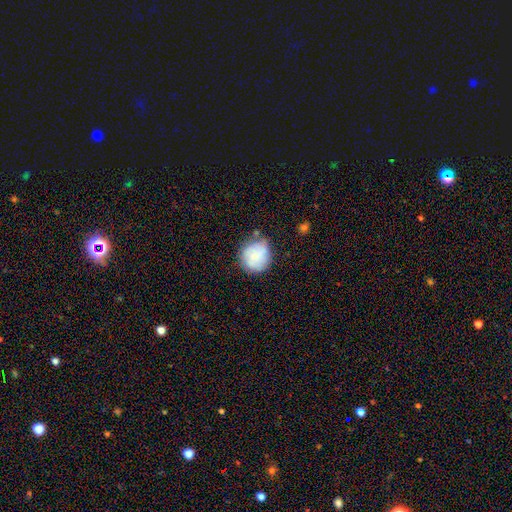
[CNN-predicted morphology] Smooth or featured?
  - smooth: 72% *
  - featured or disk: 20%
  - star or artifact: 7%
How rounded?
  - round: 84% *
  - in between: 15%
  - cigar-shaped: 1%
Merging?
  - none: 65% *
  - minor disturbance: 25%
  - major disturbance: 6%
  - merger: 4%